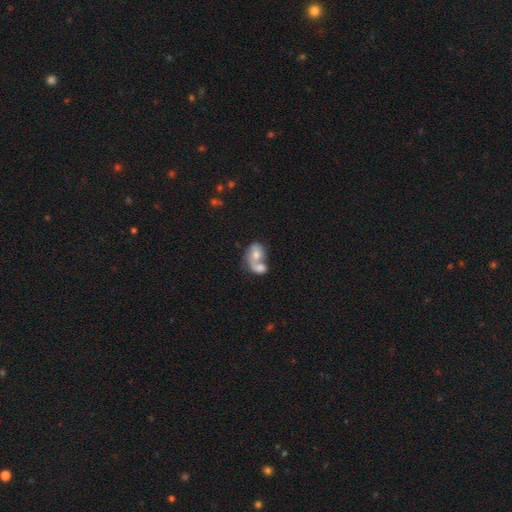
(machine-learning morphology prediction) Smooth or featured?
  - smooth: 62% *
  - featured or disk: 30%
  - star or artifact: 8%
How rounded?
  - in between: 67% *
  - round: 31%
  - cigar-shaped: 1%
Merging?
  - merger: 76% *
  - none: 12%
  - minor disturbance: 6%
  - major disturbance: 5%